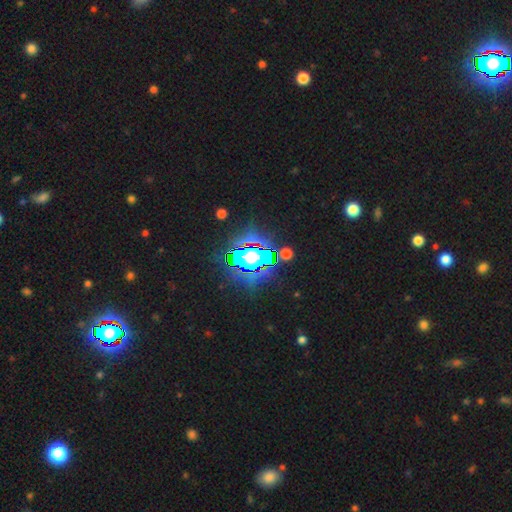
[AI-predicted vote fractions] star or artifact 84%, smooth 9%, featured or disk 7%.